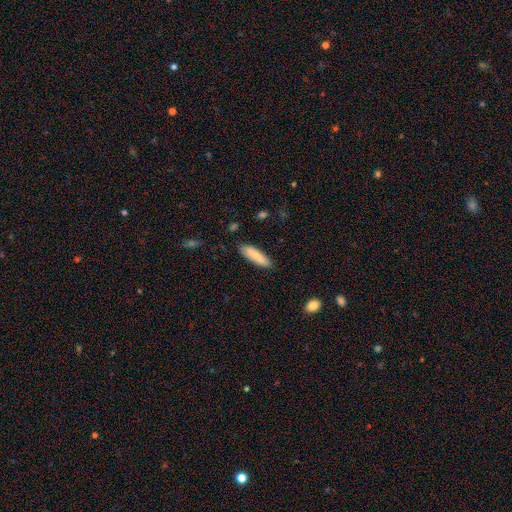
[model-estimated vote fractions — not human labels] Overall: smooth (83%). How rounded: cigar-shaped (60%; in between 39%). Merging: none (86%).